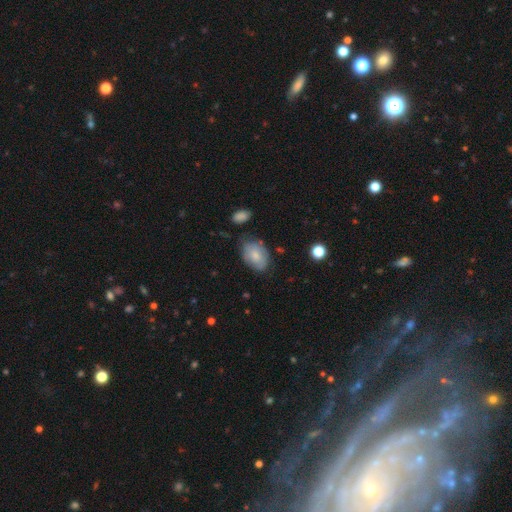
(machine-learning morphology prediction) This appears to be a smooth galaxy with no disk features (69%) that is in between round and cigar-shaped (83%). Merging: none (64%).